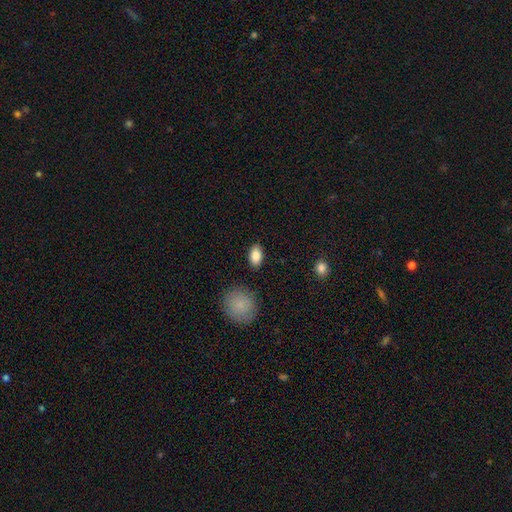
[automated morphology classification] Smooth or featured?
  - smooth: 85% *
  - star or artifact: 8%
  - featured or disk: 7%
How rounded?
  - in between: 87% *
  - round: 10%
  - cigar-shaped: 2%
Merging?
  - none: 87% *
  - minor disturbance: 9%
  - major disturbance: 3%
  - merger: 2%